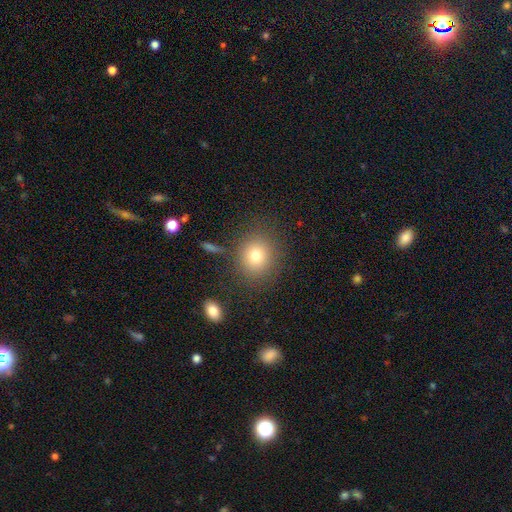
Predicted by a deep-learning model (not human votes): The model was most divided on "smooth or featured": smooth: 77%, star or artifact: 13%, featured or disk: 10%. More confident: how rounded — round (83%); merging — none (83%).